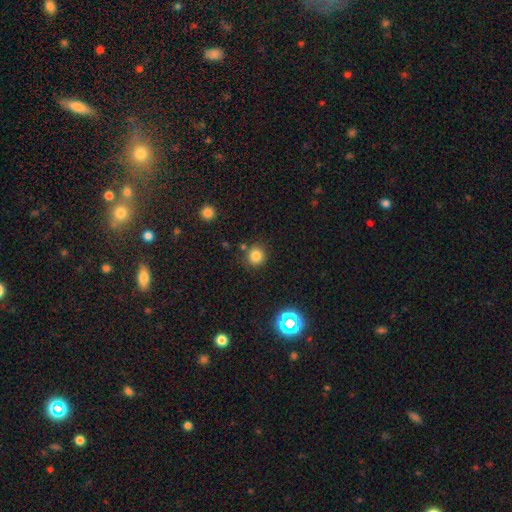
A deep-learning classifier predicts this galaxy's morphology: A smooth galaxy with no disk features (81%) that is round (90%). Merging: none (83%).